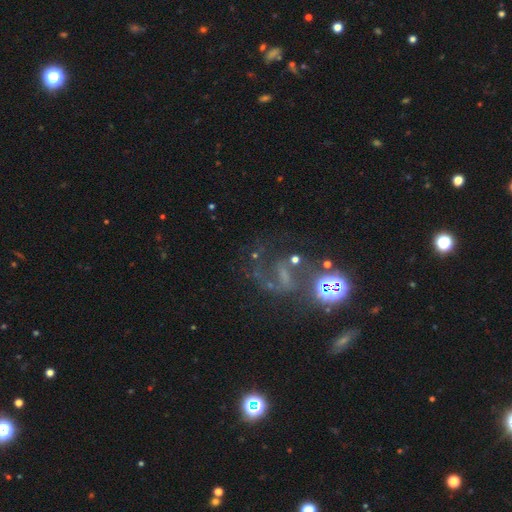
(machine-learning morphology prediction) Smooth or featured? Predicted: featured or disk (p=0.52). Edge-on disk? Predicted: no (p=0.95). Merging? Predicted: none (p=0.47).